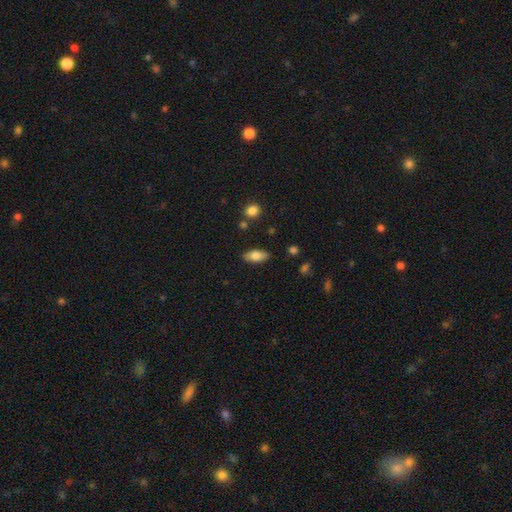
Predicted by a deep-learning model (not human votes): Smooth or featured?
  - smooth: 77% *
  - featured or disk: 16%
  - star or artifact: 7%
How rounded?
  - in between: 87% *
  - cigar-shaped: 10%
  - round: 3%
Merging?
  - none: 85% *
  - minor disturbance: 11%
  - major disturbance: 2%
  - merger: 2%